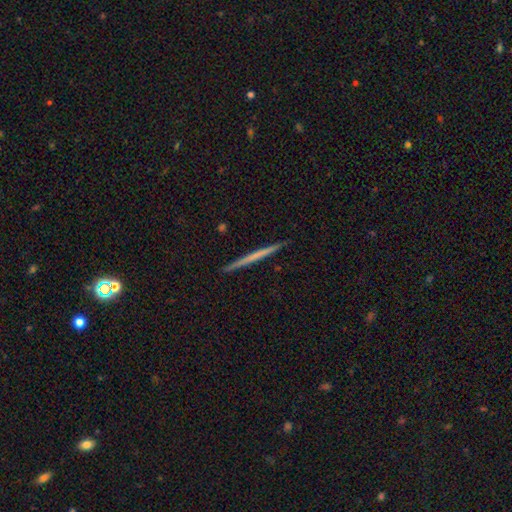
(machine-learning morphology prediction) A featured or disk galaxy (49%).

Vote fractions:
- Smooth or featured? featured or disk: 49% / smooth: 46% / star or artifact: 5%
- Merging? none: 93% / minor disturbance: 5% / major disturbance: 1% / merger: 1%